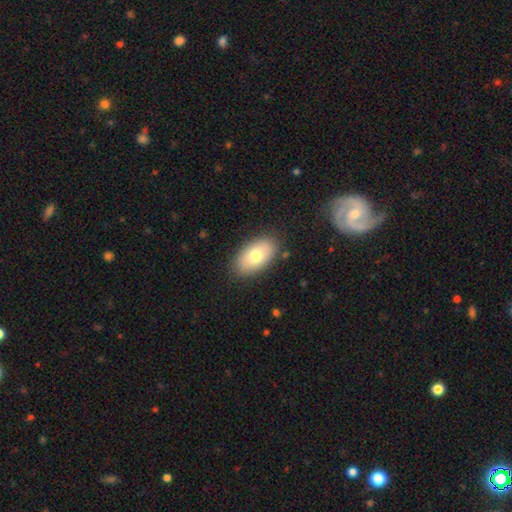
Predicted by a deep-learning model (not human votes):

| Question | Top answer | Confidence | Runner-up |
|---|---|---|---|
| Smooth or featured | smooth | 74% | featured or disk (19%) |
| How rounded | in between | 93% | round (5%) |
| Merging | none | 85% | minor disturbance (11%) |